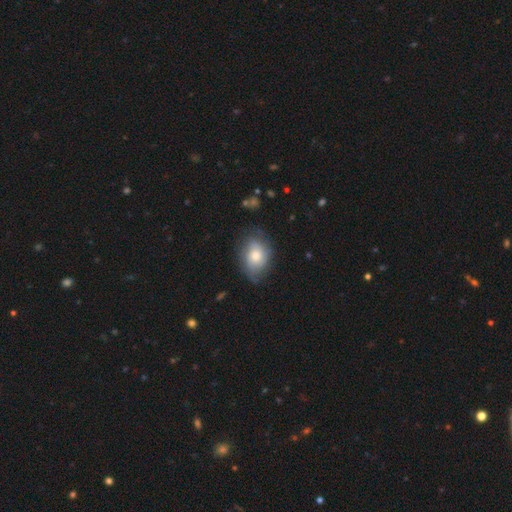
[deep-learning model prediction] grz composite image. It shows a smooth galaxy with no disk features (63%) that is in between round and cigar-shaped (68%). Merging: none (63%).